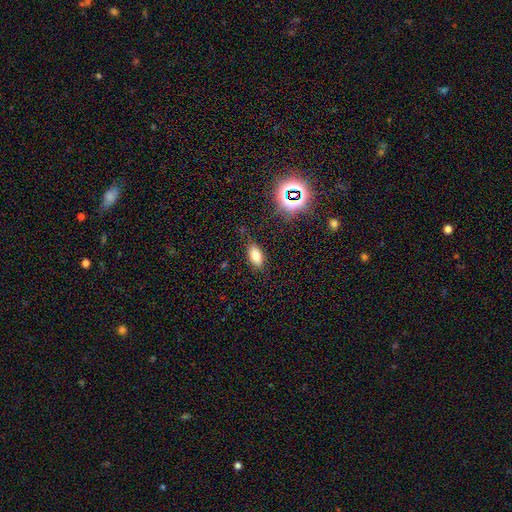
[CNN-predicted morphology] Smooth or featured: smooth — 76% (star or artifact — 15%)
How rounded: in between — 89% (cigar-shaped — 7%)
Merging: none — 81% (minor disturbance — 14%)